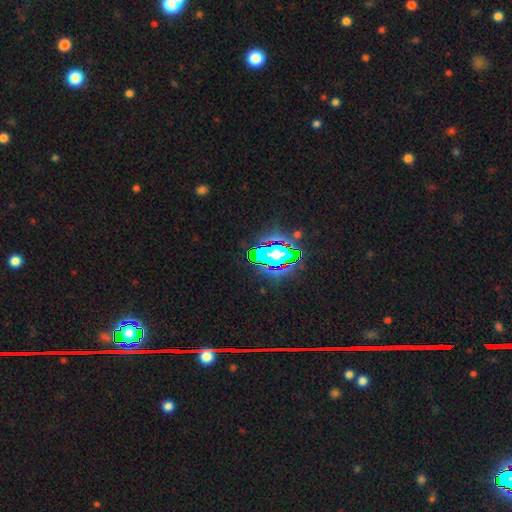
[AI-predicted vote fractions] Smooth or featured?
  - star or artifact: 84% *
  - smooth: 9%
  - featured or disk: 8%